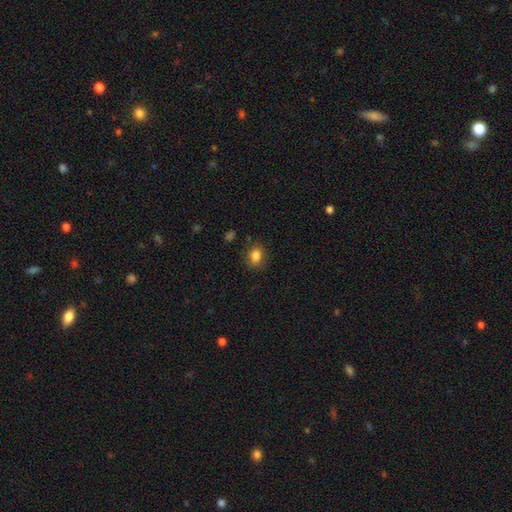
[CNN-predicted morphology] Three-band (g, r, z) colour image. It shows a smooth galaxy with no disk features (83%) that is in between round and cigar-shaped (51%). Merging: none (83%).